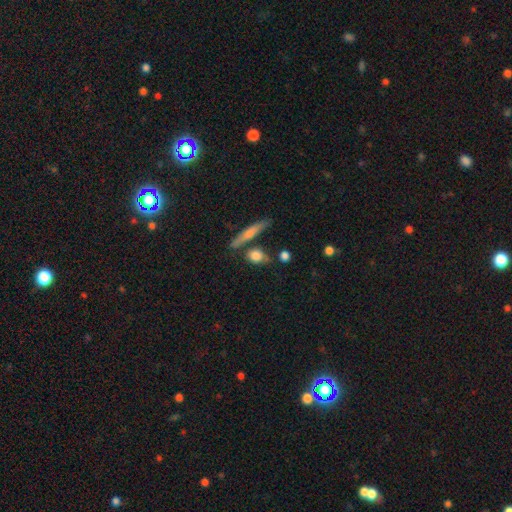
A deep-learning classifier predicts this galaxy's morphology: The model was most divided on "how rounded": round: 44%, in between: 37%, cigar-shaped: 19%. More confident: smooth or featured — smooth (77%); merging — none (65%).